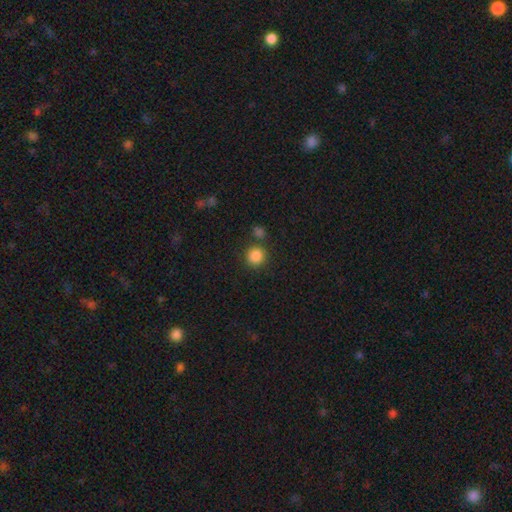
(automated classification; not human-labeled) A smooth galaxy with no disk features (86%) that is round (91%).

Vote fractions:
- Smooth or featured? smooth: 86% / star or artifact: 10% / featured or disk: 4%
- How rounded? round: 91% / in between: 8% / cigar-shaped: 1%
- Merging? none: 79% / merger: 10% / minor disturbance: 8% / major disturbance: 3%